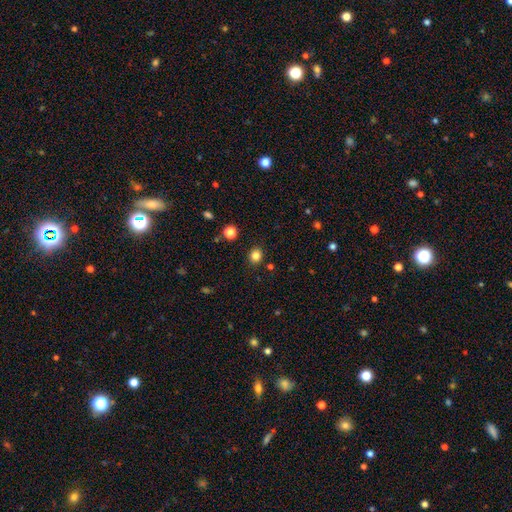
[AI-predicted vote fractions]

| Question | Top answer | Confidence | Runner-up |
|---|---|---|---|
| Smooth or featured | smooth | 82% | star or artifact (13%) |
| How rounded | round | 77% | in between (22%) |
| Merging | none | 89% | minor disturbance (7%) |